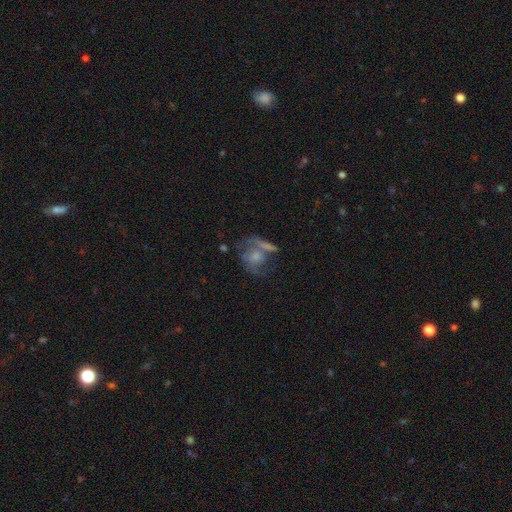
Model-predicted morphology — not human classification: Smooth or featured? featured or disk (50%)
Merging? none (35%)